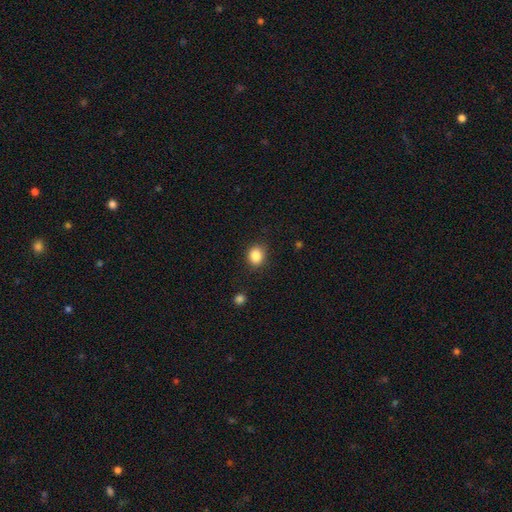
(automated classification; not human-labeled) Smooth or featured?
  - smooth: 85% *
  - star or artifact: 10%
  - featured or disk: 4%
How rounded?
  - round: 68% *
  - in between: 31%
  - cigar-shaped: 1%
Merging?
  - none: 87% *
  - minor disturbance: 9%
  - major disturbance: 3%
  - merger: 1%